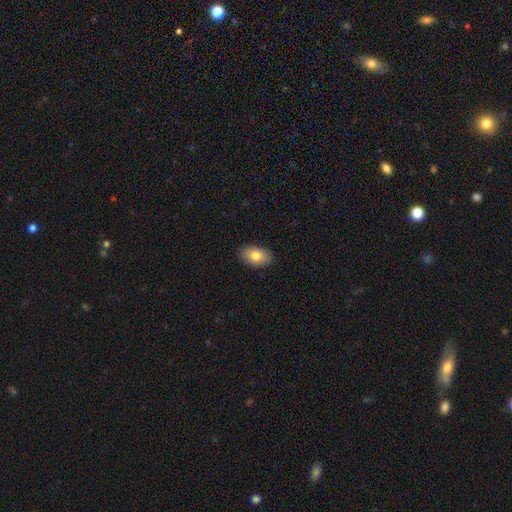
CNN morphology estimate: Overall: smooth (82%). How rounded: in between (93%). Merging: none (89%).